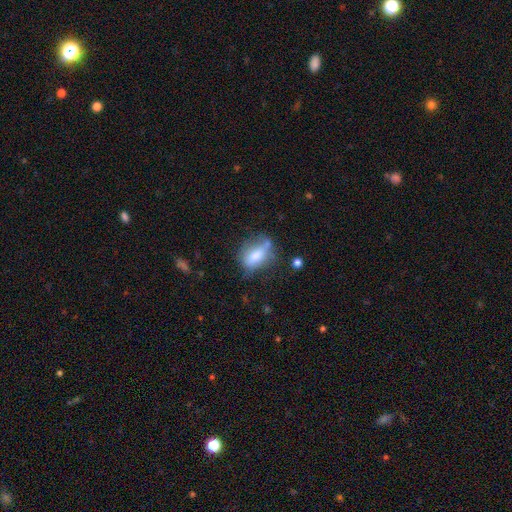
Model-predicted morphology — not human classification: Smooth or featured? smooth (68%)
How rounded? in between (77%)
Merging? none (48%)